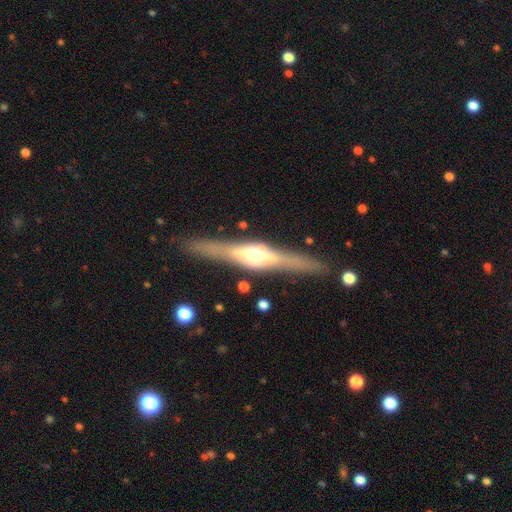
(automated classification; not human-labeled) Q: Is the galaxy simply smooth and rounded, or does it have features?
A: featured or disk — 77%.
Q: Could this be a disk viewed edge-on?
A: yes — 97%.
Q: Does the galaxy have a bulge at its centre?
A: rounded — 91%.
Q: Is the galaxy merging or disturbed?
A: none — 87%.